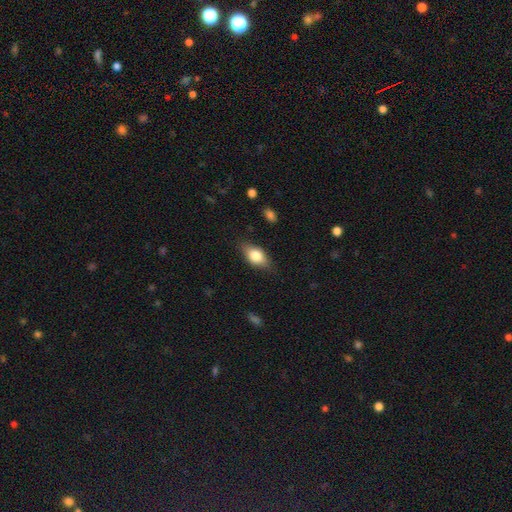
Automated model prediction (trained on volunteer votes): This is likely a smooth galaxy (72%). How rounded: clearly in between (84%). Merging: likely none (79%).